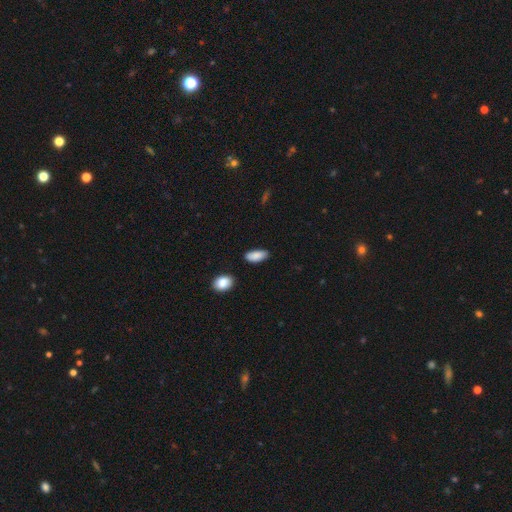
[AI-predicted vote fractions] smooth-or-featured: smooth: 88% | star or artifact: 7% | featured or disk: 5%
  how-rounded: in between: 88% | cigar-shaped: 10% | round: 2%
  merging: none: 80% | minor disturbance: 14% | merger: 3% | major disturbance: 3%